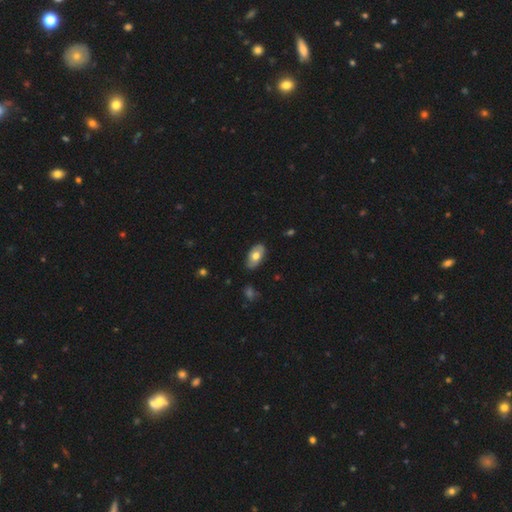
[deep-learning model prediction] Overall: smooth (66%; featured or disk 28%). How rounded: in between (94%). Merging: none (82%).